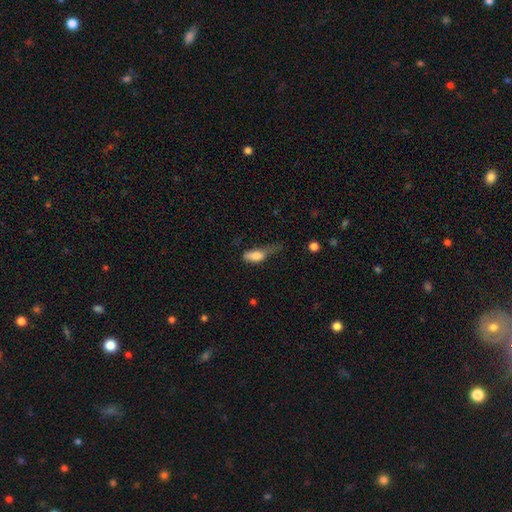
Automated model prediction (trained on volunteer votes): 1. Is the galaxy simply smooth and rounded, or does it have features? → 77% smooth, 15% featured or disk, 9% star or artifact.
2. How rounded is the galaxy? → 76% in between, 19% cigar-shaped, 5% round.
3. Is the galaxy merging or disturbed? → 45% major disturbance, 32% minor disturbance, 19% none, 4% merger.